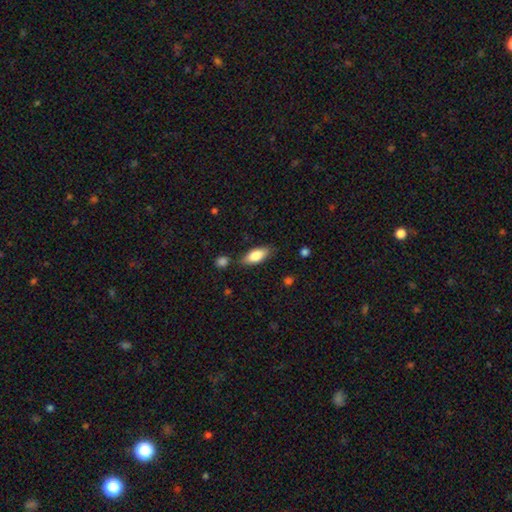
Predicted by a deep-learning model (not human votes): Morphology: type=smooth (76%); roundness=in between (79%); merging=none (80%).